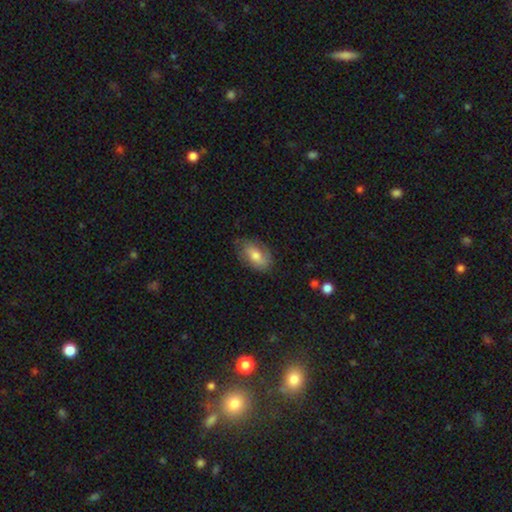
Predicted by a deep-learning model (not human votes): This appears to be a smooth galaxy with no disk features (65%) that is in between round and cigar-shaped (89%). Merging: none (71%).